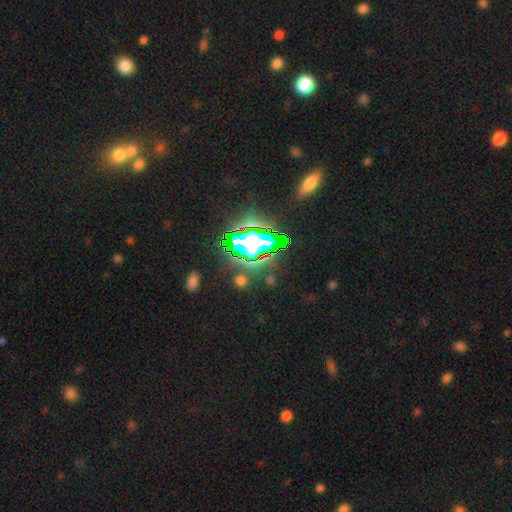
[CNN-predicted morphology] A star or artifact, not a galaxy (75%).